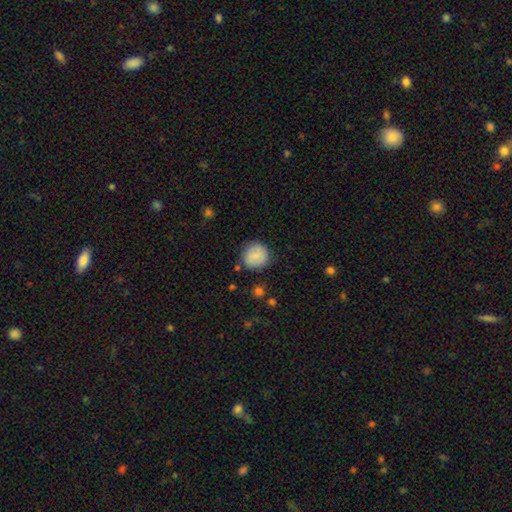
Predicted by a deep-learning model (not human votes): This appears to be a smooth galaxy with no disk features (82%) that is round (89%). Merging: none (81%).